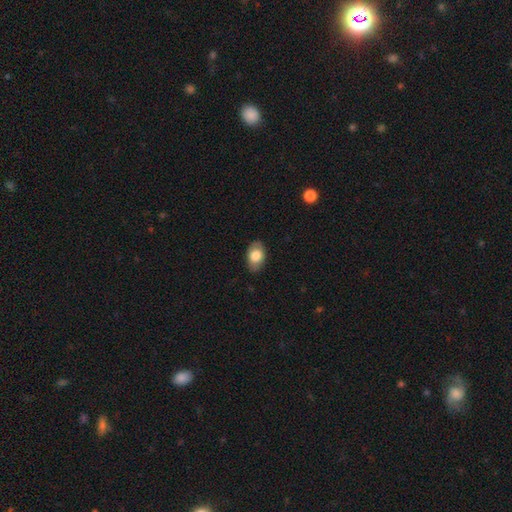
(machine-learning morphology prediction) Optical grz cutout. It shows a smooth galaxy with no disk features (79%) that is in between round and cigar-shaped (88%). Merging: none (83%).